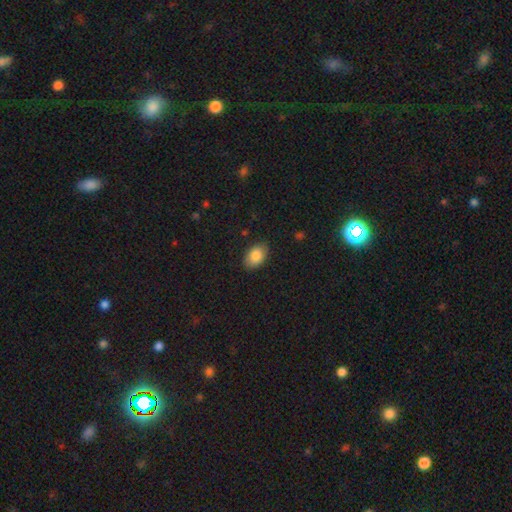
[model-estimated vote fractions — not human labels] The model was most divided on "merging": none: 85%, minor disturbance: 12%, major disturbance: 3%, merger: 1%. More confident: how rounded — in between (87%); smooth or featured — smooth (87%).